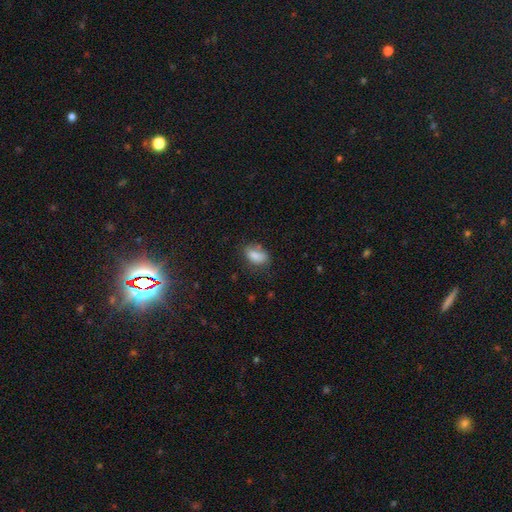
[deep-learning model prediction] A smooth galaxy with no disk features (83%) that is in between round and cigar-shaped (88%).

Vote fractions:
- Smooth or featured? smooth: 83% / star or artifact: 8% / featured or disk: 8%
- How rounded? in between: 88% / round: 10% / cigar-shaped: 2%
- Merging? none: 62% / minor disturbance: 26% / major disturbance: 8% / merger: 5%